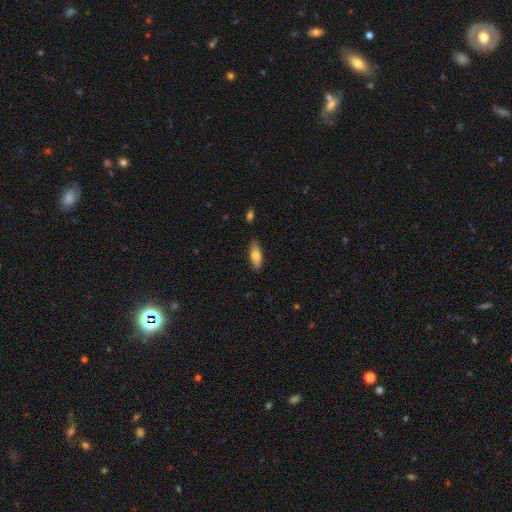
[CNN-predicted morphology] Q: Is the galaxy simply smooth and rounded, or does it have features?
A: smooth — 71%.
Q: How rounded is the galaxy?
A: in between — 62%.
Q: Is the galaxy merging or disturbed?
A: none — 86%.